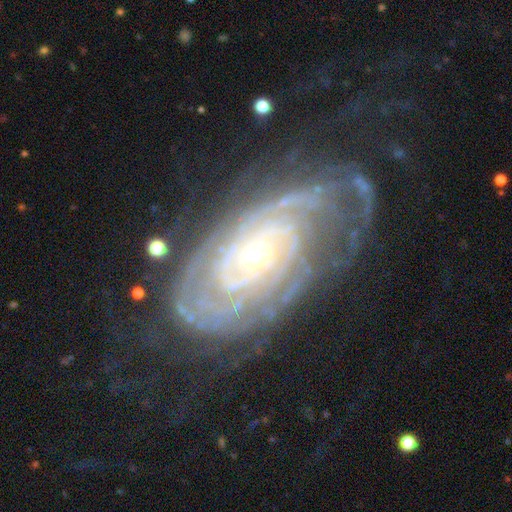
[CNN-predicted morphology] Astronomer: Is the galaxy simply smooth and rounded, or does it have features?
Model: featured or disk — 89%.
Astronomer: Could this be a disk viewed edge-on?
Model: no — 96%.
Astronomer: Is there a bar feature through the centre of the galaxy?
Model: no — 68%.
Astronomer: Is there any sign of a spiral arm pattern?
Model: yes — 98%.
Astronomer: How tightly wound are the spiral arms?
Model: tight — 81%.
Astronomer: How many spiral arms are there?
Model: can't tell — 29% (runner-up: 2, 22%).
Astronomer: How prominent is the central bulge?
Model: small — 68%.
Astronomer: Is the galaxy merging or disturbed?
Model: none — 64%.